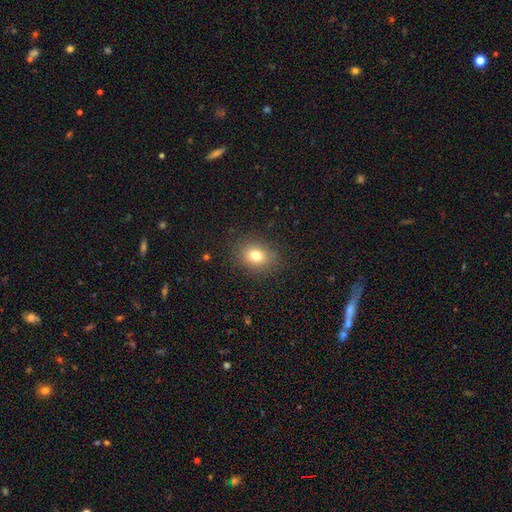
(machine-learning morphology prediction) Smooth or featured? Predicted: smooth (p=0.77). How rounded? Predicted: in between (p=0.52). Merging? Predicted: none (p=0.87).